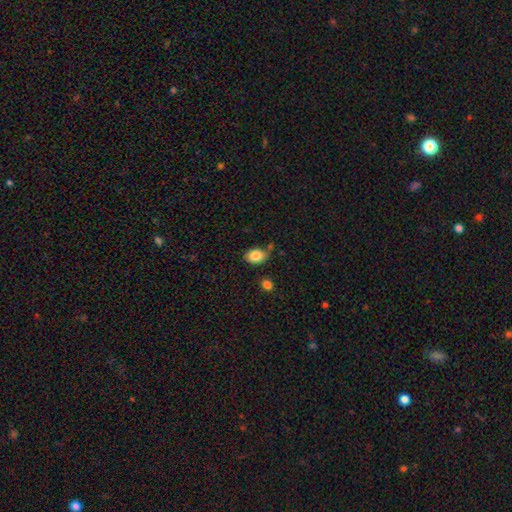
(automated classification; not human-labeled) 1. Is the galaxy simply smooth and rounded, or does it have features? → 84% smooth, 8% star or artifact, 8% featured or disk.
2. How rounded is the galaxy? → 74% in between, 25% round, 1% cigar-shaped.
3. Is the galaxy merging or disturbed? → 70% none, 19% minor disturbance, 7% merger, 4% major disturbance.